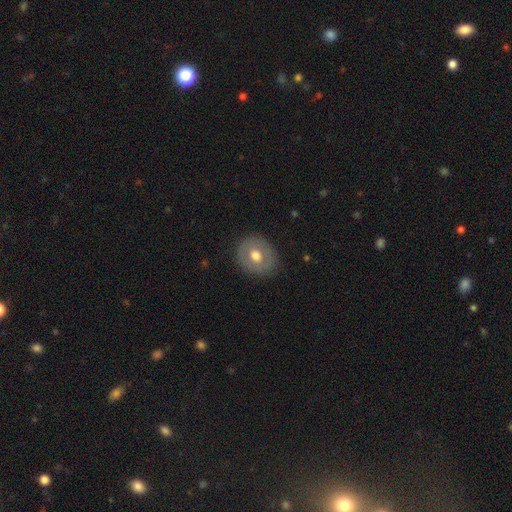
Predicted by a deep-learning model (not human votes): A smooth galaxy with no disk features (58%) that is round (71%). Merging: none (86%).